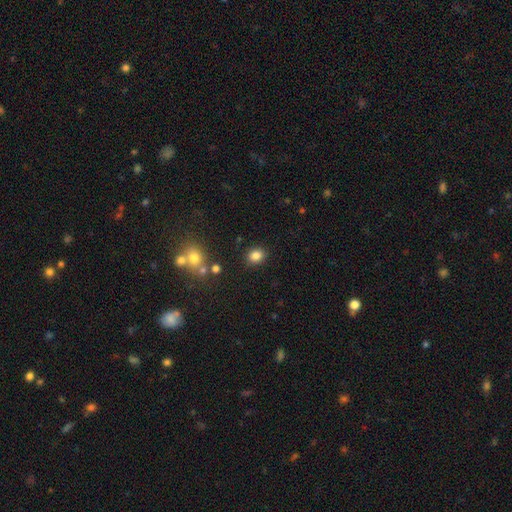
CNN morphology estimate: A smooth galaxy with no disk features (84%) that is round (54%).

Vote fractions:
- Smooth or featured? smooth: 84% / star or artifact: 11% / featured or disk: 5%
- How rounded? round: 54% / in between: 46% / cigar-shaped: 1%
- Merging? none: 86% / minor disturbance: 9% / merger: 3% / major disturbance: 3%